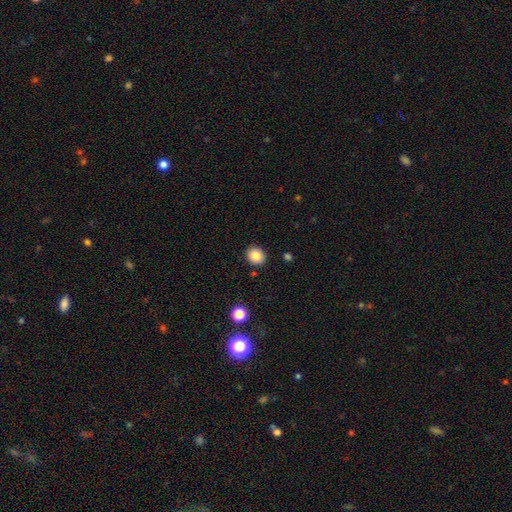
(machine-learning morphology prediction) A smooth galaxy with no disk features (84%) that is round (72%).

Vote fractions:
- Smooth or featured? smooth: 84% / star or artifact: 10% / featured or disk: 6%
- How rounded? round: 72% / in between: 28% / cigar-shaped: 1%
- Merging? none: 89% / minor disturbance: 7% / major disturbance: 2% / merger: 2%